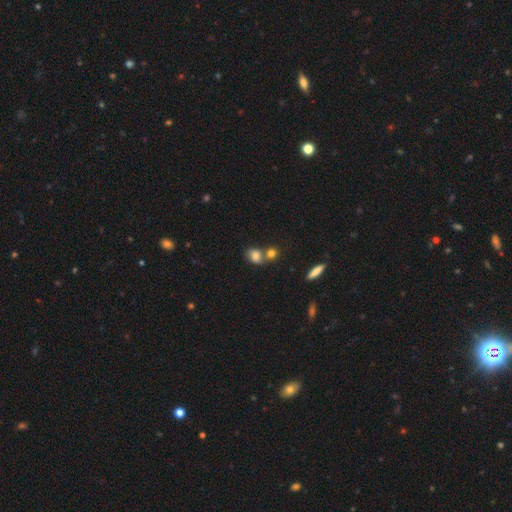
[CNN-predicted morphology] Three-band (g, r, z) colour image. It shows a smooth galaxy with no disk features (75%) that is in between round and cigar-shaped (57%). Merging: merger (43%).